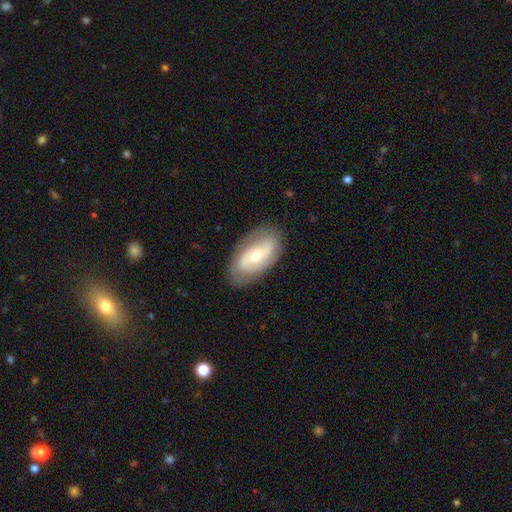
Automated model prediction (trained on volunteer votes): Smooth or featured? featured or disk (66%)
Edge-on disk? no (93%)
Bar? no (47%)
Spiral arms? yes (77%)
Bulge size? moderate (51%)
Merging? none (83%)